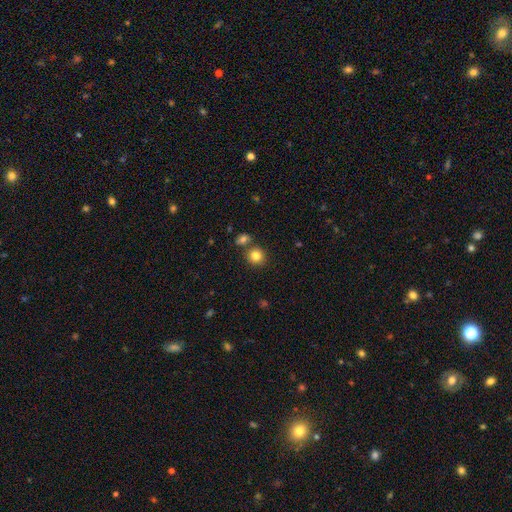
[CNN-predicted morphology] smooth_or_featured: smooth (p=0.83) [alt: star or artifact p=0.11]
how_rounded: round (p=0.89) [alt: in between p=0.10]
merging: none (p=0.75) [alt: merger p=0.15]